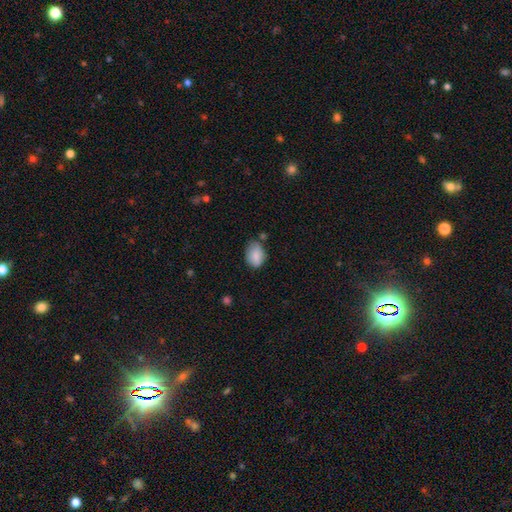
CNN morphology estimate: Overall: smooth (85%). How rounded: in between (79%). Merging: none (62%; minor disturbance 28%).